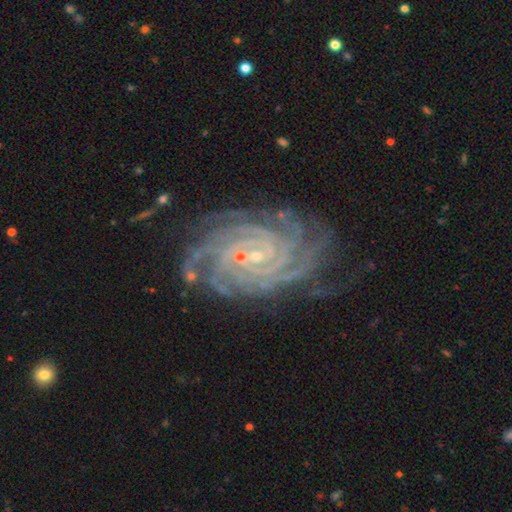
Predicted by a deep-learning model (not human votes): smooth_or_featured: featured or disk (p=0.90) [alt: star or artifact p=0.06]
disk_edge_on: no (p=0.97) [alt: yes p=0.03]
bar: no (p=0.48) [alt: weak p=0.34]
has_spiral_arms: yes (p=0.99) [alt: no p=0.01]
spiral_winding: tight (p=0.84) [alt: medium p=0.14]
spiral_arm_count: more than 4 (p=0.38) [alt: 4 p=0.23]
bulge_size: small (p=0.82) [alt: moderate p=0.14]
merging: none (p=0.76) [alt: minor disturbance p=0.16]